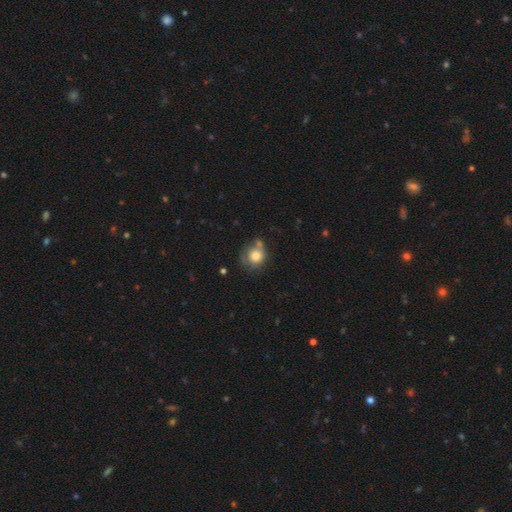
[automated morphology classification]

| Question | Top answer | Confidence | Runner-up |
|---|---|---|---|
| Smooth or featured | smooth | 74% | featured or disk (17%) |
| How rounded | round | 81% | in between (18%) |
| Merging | none | 49% | minor disturbance (25%) |